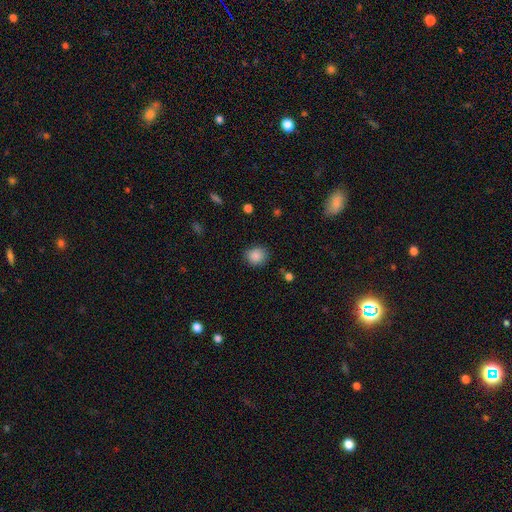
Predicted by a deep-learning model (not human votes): Q: Smooth or featured?
A: smooth (87%); runner-up: star or artifact (9%)
Q: How rounded?
A: round (80%); runner-up: in between (19%)
Q: Merging?
A: none (83%); runner-up: minor disturbance (13%)